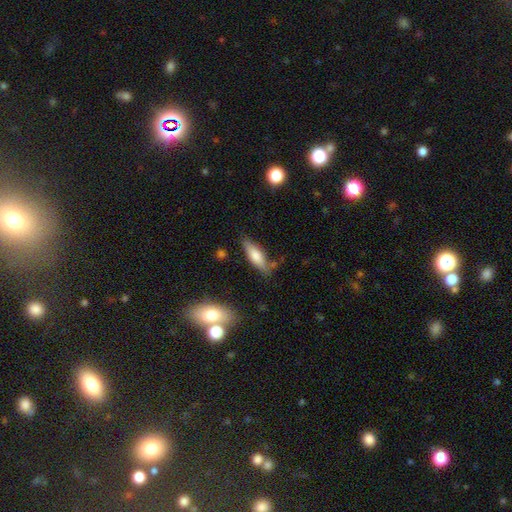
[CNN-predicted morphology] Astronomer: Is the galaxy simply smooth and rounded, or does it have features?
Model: smooth — 68%.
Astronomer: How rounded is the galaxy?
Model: cigar-shaped — 50% (runner-up: in between, 47%).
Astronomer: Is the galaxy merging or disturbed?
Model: none — 76%.